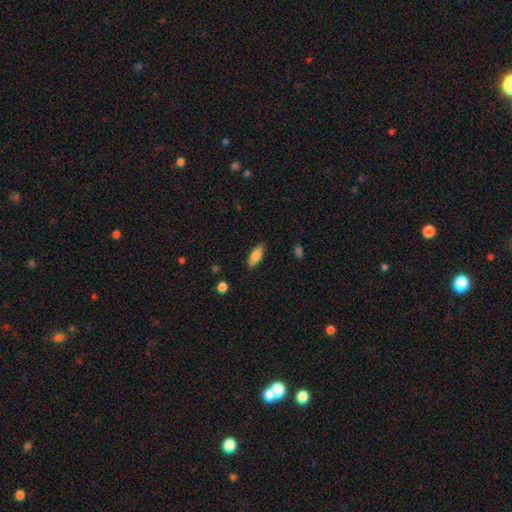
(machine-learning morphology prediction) Overall: smooth (81%). How rounded: in between (69%). Merging: none (86%).